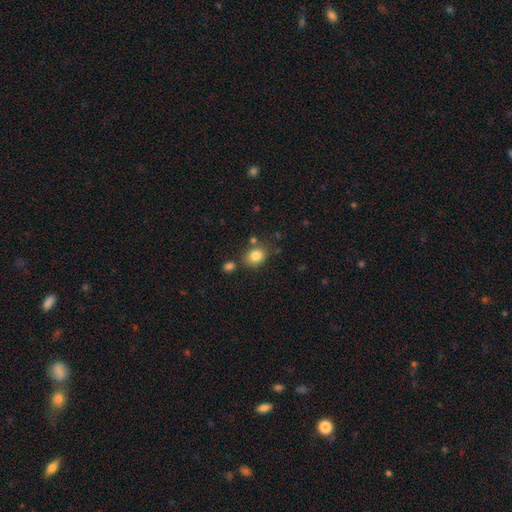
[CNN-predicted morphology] A smooth galaxy with no disk features (83%) that is round (55%).

Vote fractions:
- Smooth or featured? smooth: 83% / star or artifact: 10% / featured or disk: 7%
- How rounded? round: 55% / in between: 45% / cigar-shaped: 1%
- Merging? none: 73% / minor disturbance: 13% / merger: 10% / major disturbance: 4%